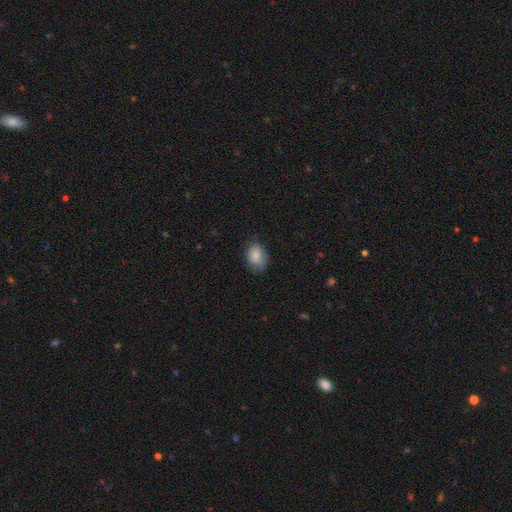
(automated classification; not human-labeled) Smooth or featured? Predicted: smooth (p=0.85). How rounded? Predicted: in between (p=0.77). Merging? Predicted: none (p=0.69).